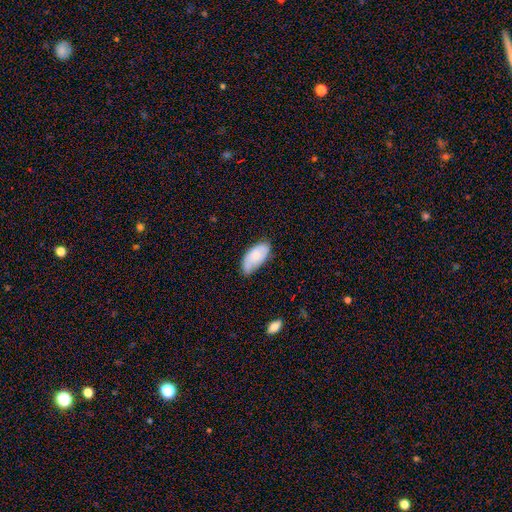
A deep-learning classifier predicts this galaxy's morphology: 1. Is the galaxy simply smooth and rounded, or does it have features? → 72% smooth, 22% featured or disk, 6% star or artifact.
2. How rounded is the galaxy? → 94% in between, 4% cigar-shaped, 2% round.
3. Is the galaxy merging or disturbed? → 55% none, 36% minor disturbance, 7% major disturbance, 2% merger.